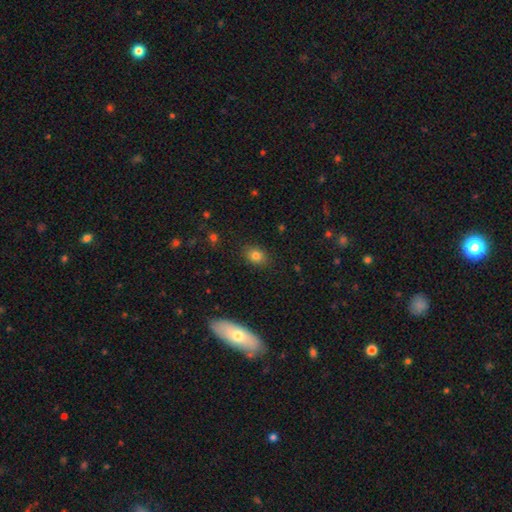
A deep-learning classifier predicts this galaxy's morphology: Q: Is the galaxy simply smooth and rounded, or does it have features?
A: smooth — 81%.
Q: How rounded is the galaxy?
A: in between — 63%.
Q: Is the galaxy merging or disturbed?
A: none — 87%.